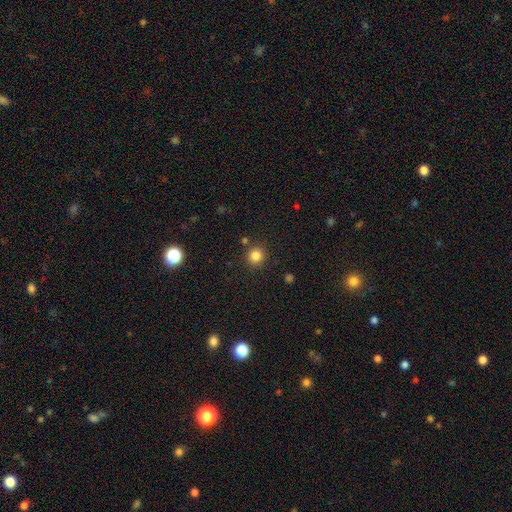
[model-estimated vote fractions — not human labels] Q: Smooth or featured?
A: smooth (83%); runner-up: star or artifact (12%)
Q: How rounded?
A: round (90%); runner-up: in between (9%)
Q: Merging?
A: none (86%); runner-up: minor disturbance (7%)